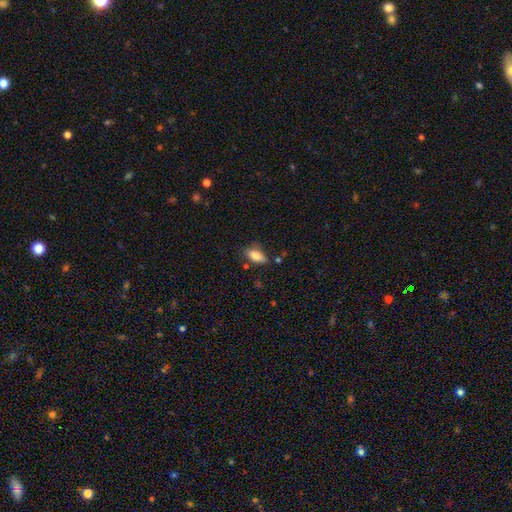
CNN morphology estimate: This is clearly a smooth galaxy (82%). How rounded: clearly in between (87%). Merging: likely none (71%).